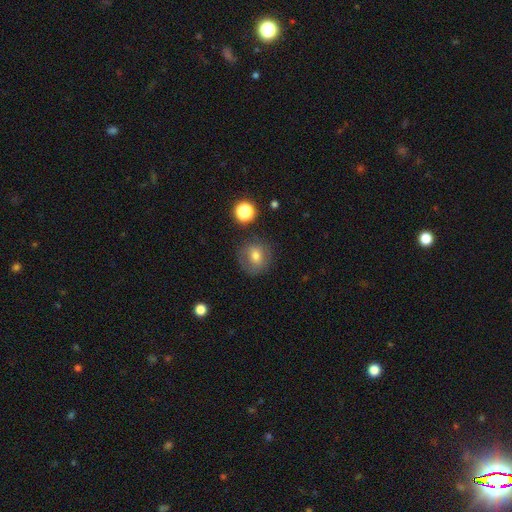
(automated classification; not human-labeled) smooth 63%, featured or disk 26%, star or artifact 11%. Down the decision tree: how rounded — round (82%); merging — none (76%).